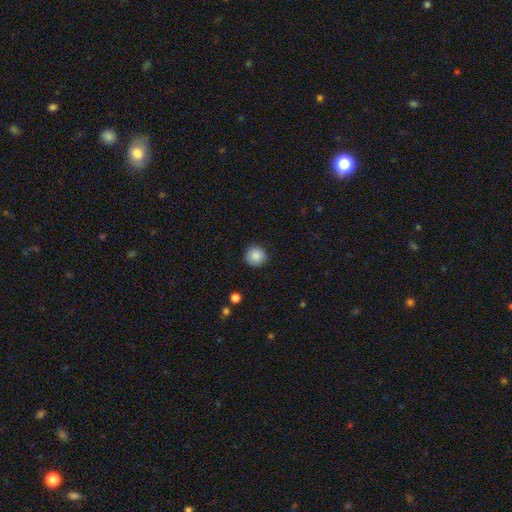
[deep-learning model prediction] smooth_or_featured: smooth (p=0.87) [alt: star or artifact p=0.08]
how_rounded: round (p=0.94) [alt: in between p=0.05]
merging: none (p=0.89) [alt: minor disturbance p=0.08]